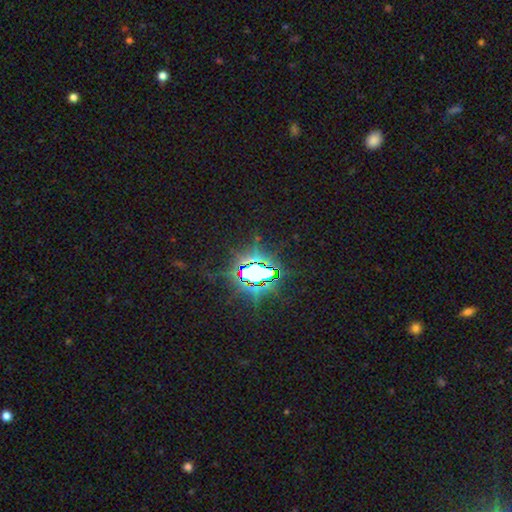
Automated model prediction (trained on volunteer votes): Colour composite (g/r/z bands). It shows a star or artifact, not a galaxy (83%).